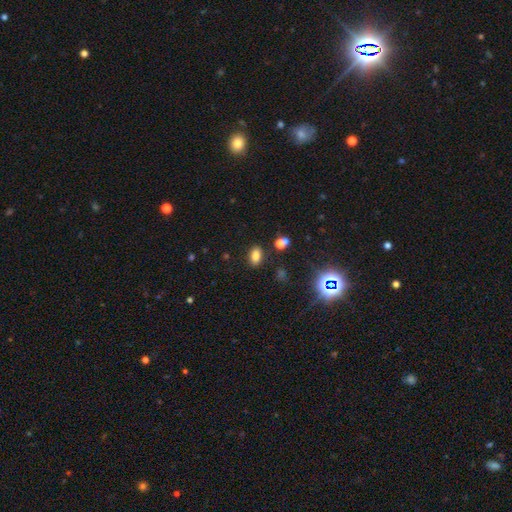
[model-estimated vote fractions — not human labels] Morphology: type=smooth (79%); roundness=in between (84%); merging=none (84%).